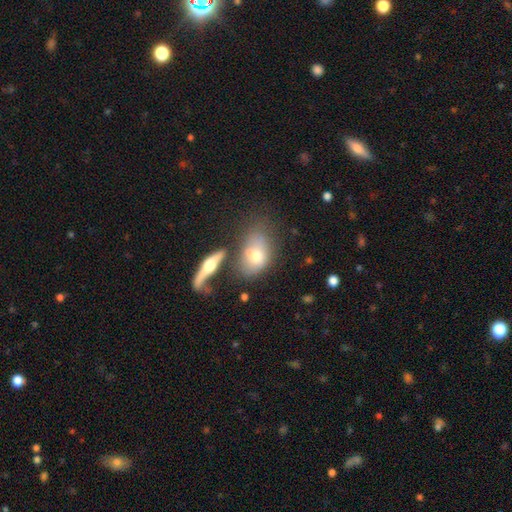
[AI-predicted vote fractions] Smooth or featured? Predicted: smooth (p=0.60). How rounded? Predicted: in between (p=0.80). Merging? Predicted: merger (p=0.34).